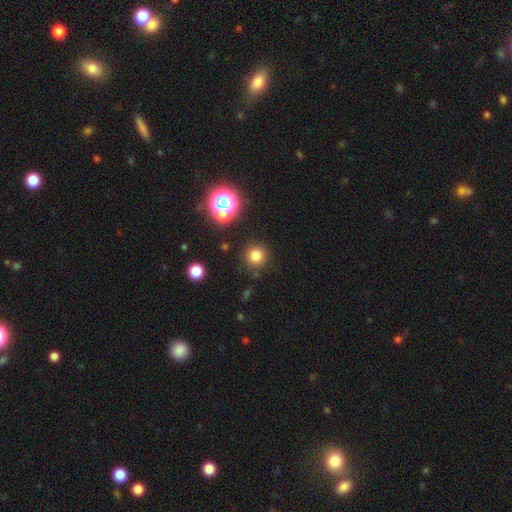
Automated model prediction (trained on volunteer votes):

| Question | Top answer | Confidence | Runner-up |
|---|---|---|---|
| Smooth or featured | smooth | 76% | star or artifact (18%) |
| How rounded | round | 94% | in between (5%) |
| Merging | none | 85% | minor disturbance (8%) |